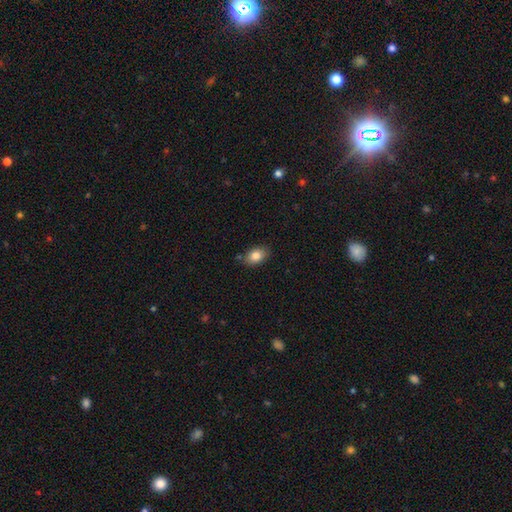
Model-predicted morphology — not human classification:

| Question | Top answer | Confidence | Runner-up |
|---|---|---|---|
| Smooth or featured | smooth | 84% | featured or disk (8%) |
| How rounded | in between | 85% | round (14%) |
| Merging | none | 81% | minor disturbance (14%) |